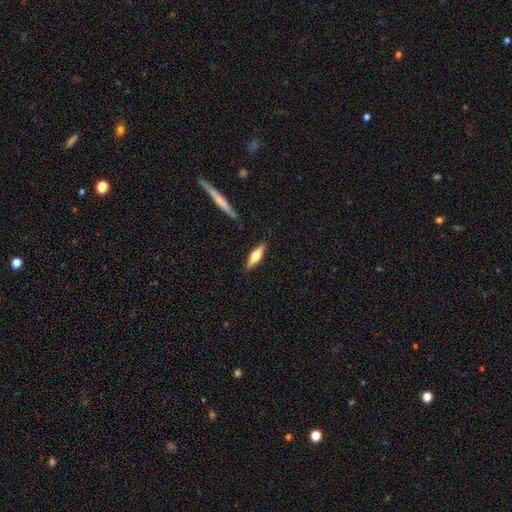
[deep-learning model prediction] Smooth or featured? featured or disk (50%)
Merging? none (88%)